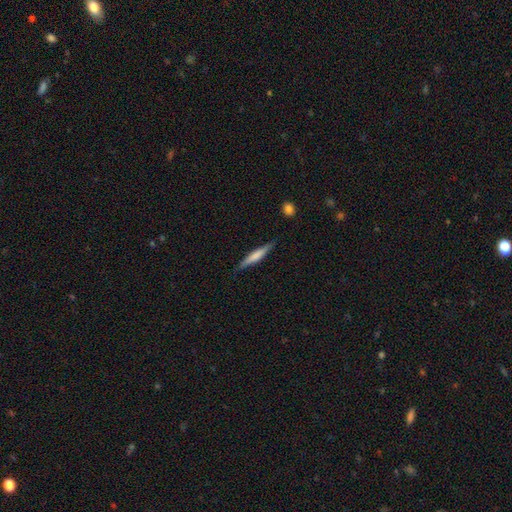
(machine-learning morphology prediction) Smooth or featured? smooth (56%)
How rounded? cigar-shaped (91%)
Merging? none (85%)